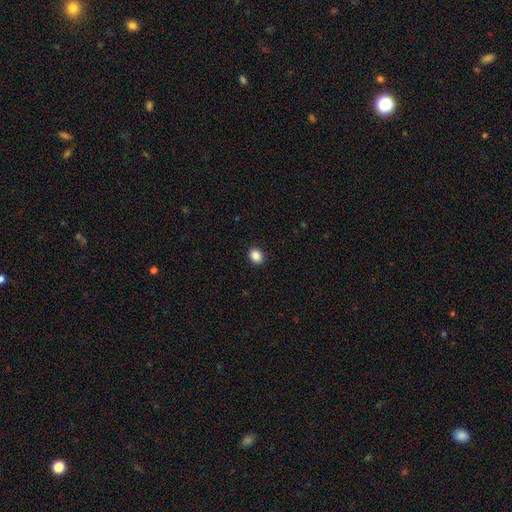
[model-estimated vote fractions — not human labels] smooth 88%, star or artifact 9%, featured or disk 3%. Down the decision tree: how rounded — in between (51%); merging — none (92%).